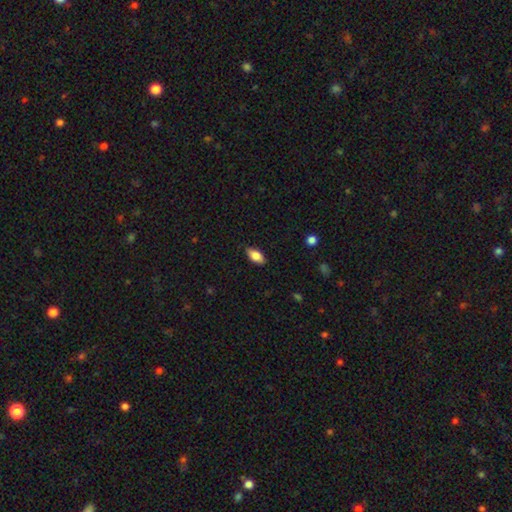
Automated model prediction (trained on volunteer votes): This appears to be a smooth galaxy with no disk features (81%) that is in between round and cigar-shaped (90%). Merging: none (83%).